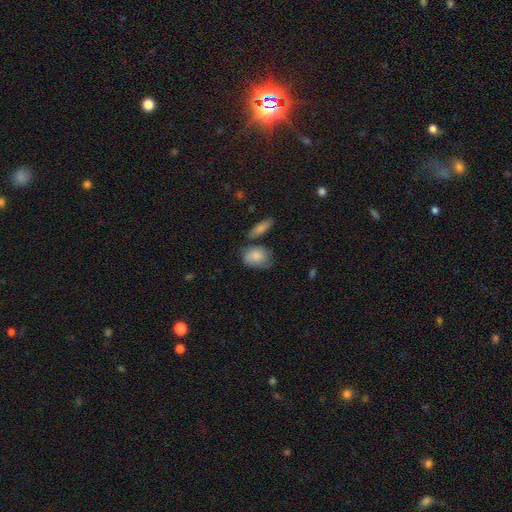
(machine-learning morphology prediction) smooth 82%, featured or disk 12%, star or artifact 6%. Down the decision tree: how rounded — in between (72%); merging — none (55%).